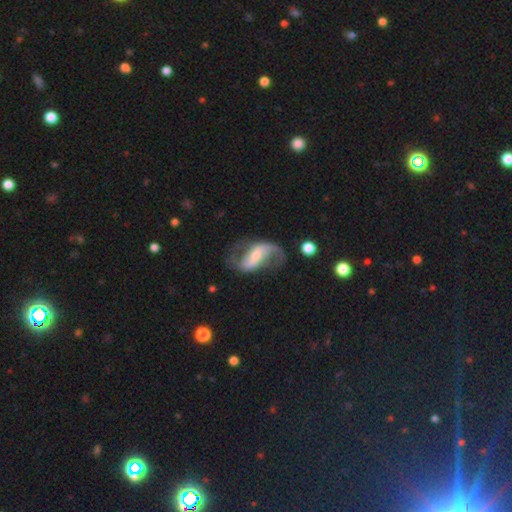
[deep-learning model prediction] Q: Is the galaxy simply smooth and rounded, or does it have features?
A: featured or disk — 83%.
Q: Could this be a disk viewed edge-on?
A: no — 96%.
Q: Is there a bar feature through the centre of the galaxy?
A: strong — 44%.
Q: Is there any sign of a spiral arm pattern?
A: yes — 93%.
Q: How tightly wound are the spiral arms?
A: loose — 69%.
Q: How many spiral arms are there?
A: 2 — 89%.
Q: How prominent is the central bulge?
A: small — 43%.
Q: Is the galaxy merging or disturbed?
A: none — 63%.